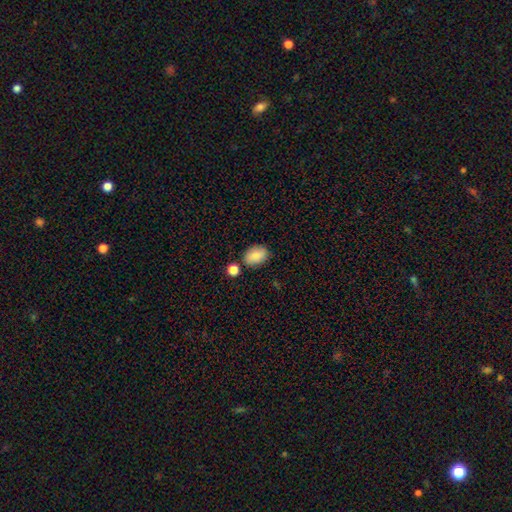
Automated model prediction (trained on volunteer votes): smooth-or-featured: smooth: 85% | star or artifact: 8% | featured or disk: 8%
  how-rounded: in between: 81% | round: 18% | cigar-shaped: 1%
  merging: none: 79% | minor disturbance: 12% | merger: 6% | major disturbance: 3%